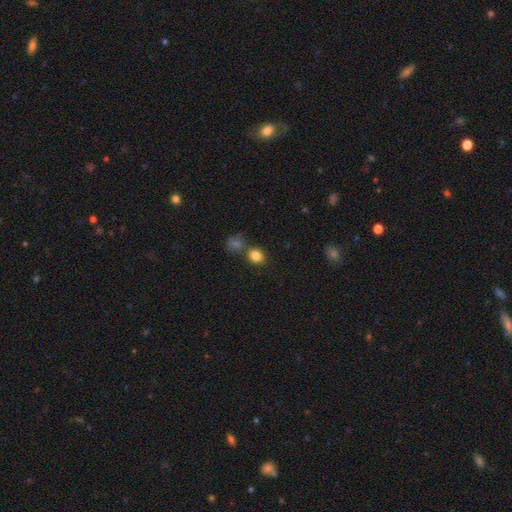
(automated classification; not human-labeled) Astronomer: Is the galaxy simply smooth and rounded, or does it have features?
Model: smooth — 83%.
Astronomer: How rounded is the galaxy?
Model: round — 53% (runner-up: in between, 46%).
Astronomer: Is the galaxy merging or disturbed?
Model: none — 64%.